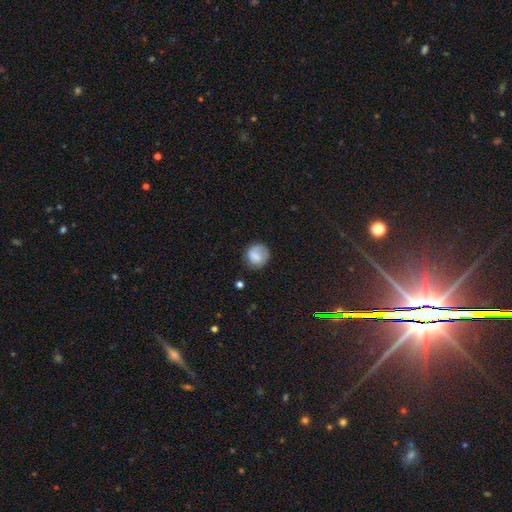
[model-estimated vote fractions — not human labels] This is likely a smooth galaxy (74%). How rounded: clearly round (84%). Merging: likely none (69%).